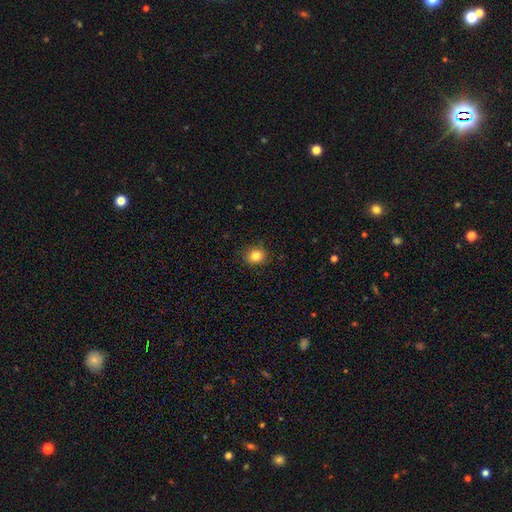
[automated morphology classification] Smooth or featured: smooth — 83% (star or artifact — 11%)
How rounded: round — 69% (in between — 30%)
Merging: none — 88% (minor disturbance — 8%)